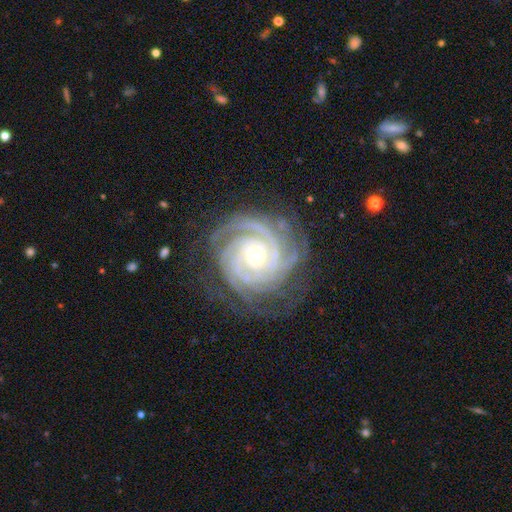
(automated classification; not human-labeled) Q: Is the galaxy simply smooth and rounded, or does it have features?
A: featured or disk — 92%.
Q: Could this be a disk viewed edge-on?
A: no — 98%.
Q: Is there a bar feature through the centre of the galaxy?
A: no — 69%.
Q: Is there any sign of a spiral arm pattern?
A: yes — 99%.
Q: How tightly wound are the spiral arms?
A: tight — 81%.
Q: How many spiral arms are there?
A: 4 — 28%.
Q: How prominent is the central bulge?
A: moderate — 49%.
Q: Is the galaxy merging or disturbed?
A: none — 76%.